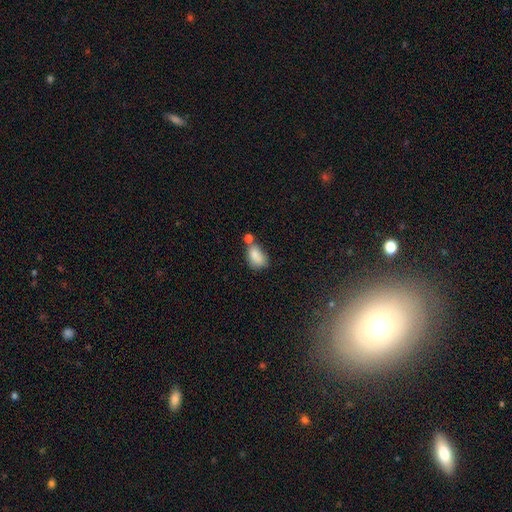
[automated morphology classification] The model was most divided on "merging": none: 37%, merger: 32%, minor disturbance: 22%, major disturbance: 9%. More confident: how rounded — in between (84%); smooth or featured — smooth (82%).